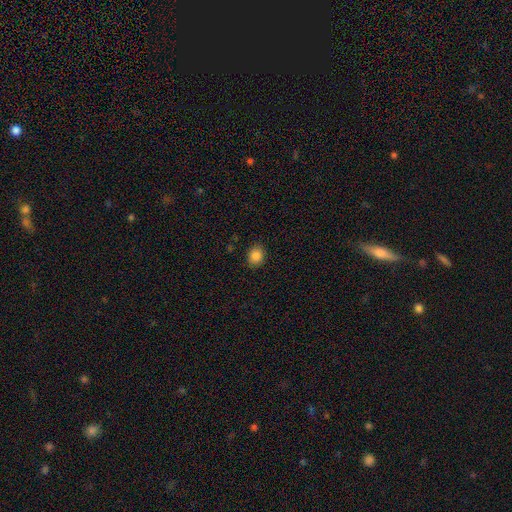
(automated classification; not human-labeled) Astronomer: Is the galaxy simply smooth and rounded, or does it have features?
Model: smooth — 86%.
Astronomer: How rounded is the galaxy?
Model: round — 51% (runner-up: in between, 48%).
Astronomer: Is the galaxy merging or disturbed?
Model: none — 88%.